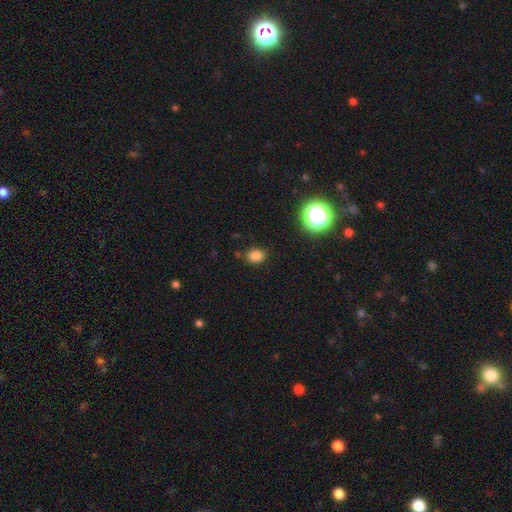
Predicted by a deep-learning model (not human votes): This is clearly a smooth galaxy (80%). How rounded: possibly in between (57%). Merging: clearly none (83%).